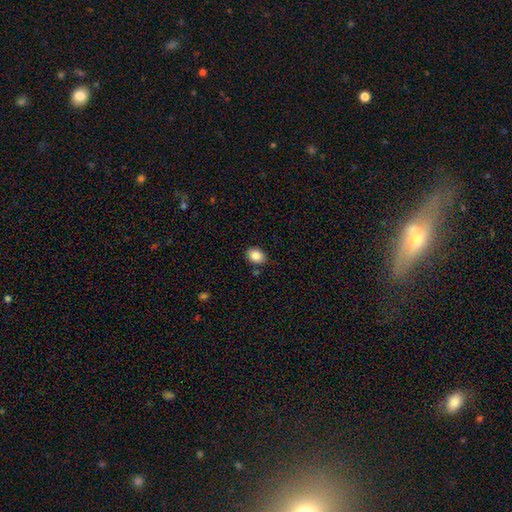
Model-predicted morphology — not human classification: type=smooth (86%); roundness=in between (69%); merging=none (84%).